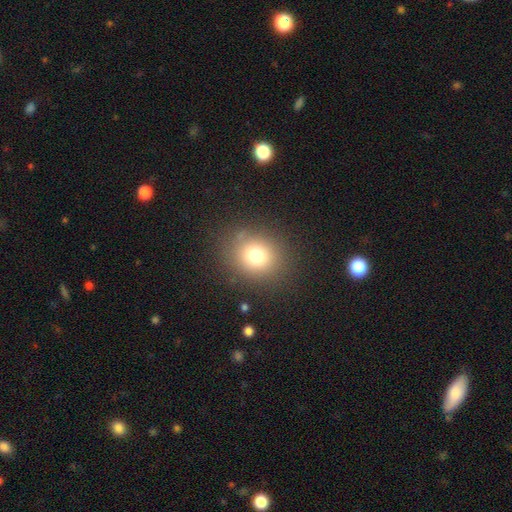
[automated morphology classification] Smooth or featured: smooth — 74% (star or artifact — 16%)
How rounded: round — 75% (in between — 24%)
Merging: none — 84% (minor disturbance — 9%)